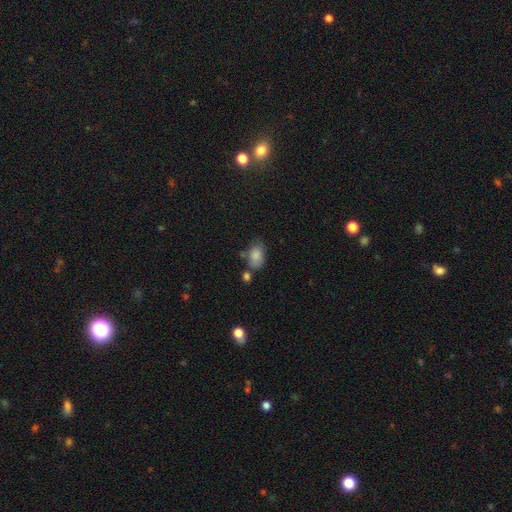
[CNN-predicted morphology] smooth 85%, star or artifact 8%, featured or disk 7%. Down the decision tree: how rounded — in between (87%); merging — none (56%).